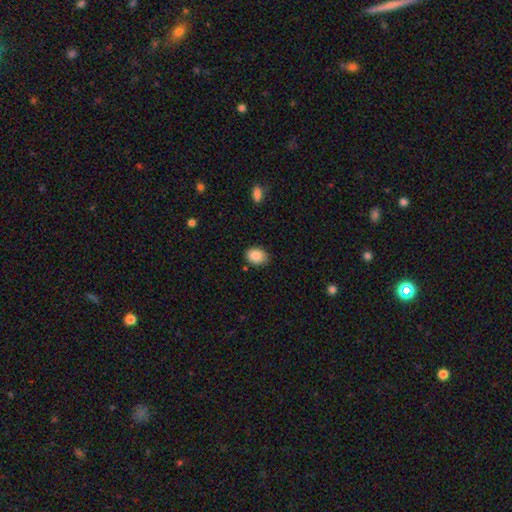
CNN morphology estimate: Q: Smooth or featured?
A: smooth (86%); runner-up: star or artifact (8%)
Q: How rounded?
A: in between (72%); runner-up: round (27%)
Q: Merging?
A: none (82%); runner-up: minor disturbance (14%)